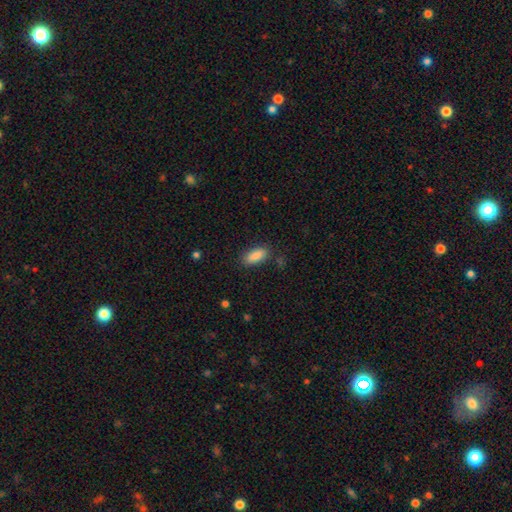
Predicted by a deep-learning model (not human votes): smooth_or_featured: smooth (p=0.88) [alt: star or artifact p=0.07]
how_rounded: in between (p=0.82) [alt: cigar-shaped p=0.15]
merging: none (p=0.82) [alt: minor disturbance p=0.12]